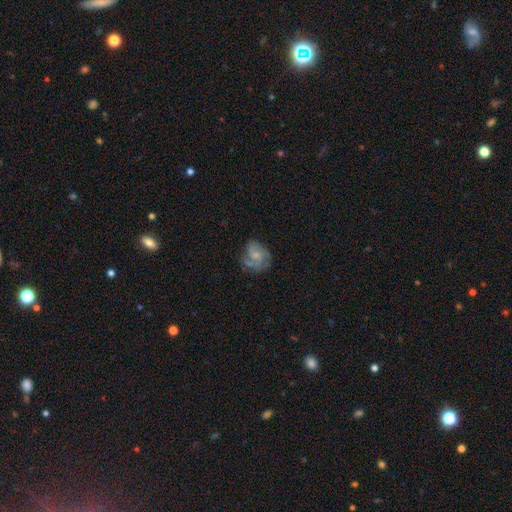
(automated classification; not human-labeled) Q: Smooth or featured?
A: featured or disk (70%); runner-up: smooth (23%)
Q: Edge-on disk?
A: no (98%); runner-up: yes (2%)
Q: Bar?
A: no (69%); runner-up: weak (28%)
Q: Spiral arms?
A: yes (90%); runner-up: no (10%)
Q: Spiral winding?
A: medium (46%); runner-up: tight (36%)
Q: Spiral arm count?
A: 3 (35%); runner-up: 2 (26%)
Q: Bulge size?
A: small (59%); runner-up: moderate (30%)
Q: Merging?
A: none (64%); runner-up: minor disturbance (22%)